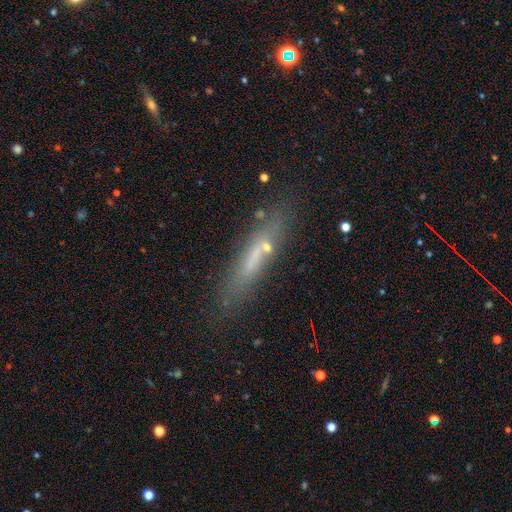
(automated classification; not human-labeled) This appears to be a smooth galaxy with no disk features (48%). Merging: none (73%).